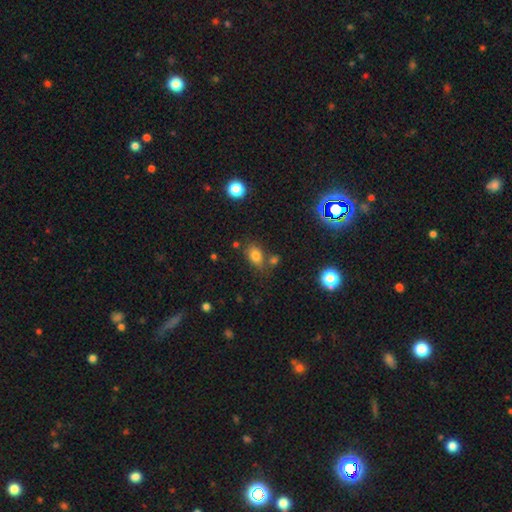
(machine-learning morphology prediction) A smooth galaxy with no disk features (76%) that is in between round and cigar-shaped (76%). Merging: none (67%).